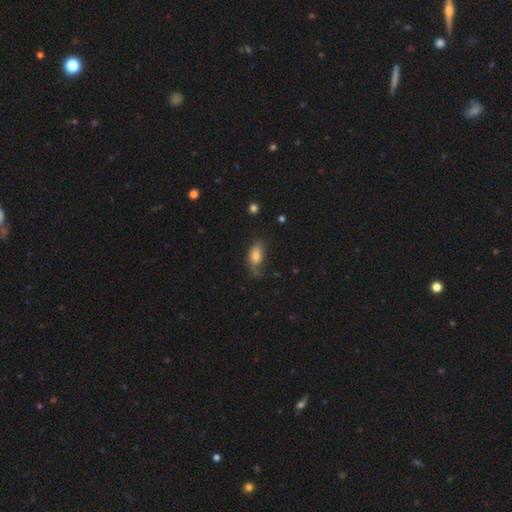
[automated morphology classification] smooth-or-featured: smooth: 70% | featured or disk: 22% | star or artifact: 8%
  how-rounded: in between: 87% | cigar-shaped: 8% | round: 5%
  merging: none: 40% | minor disturbance: 34% | major disturbance: 24% | merger: 3%